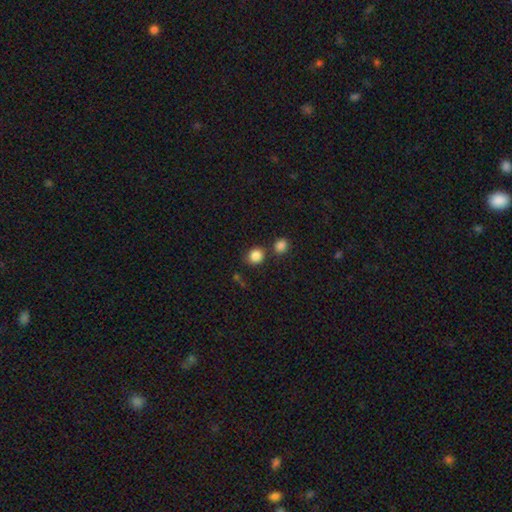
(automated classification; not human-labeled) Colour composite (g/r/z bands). It shows a smooth galaxy with no disk features (86%) that is round (80%). Merging: none (71%).